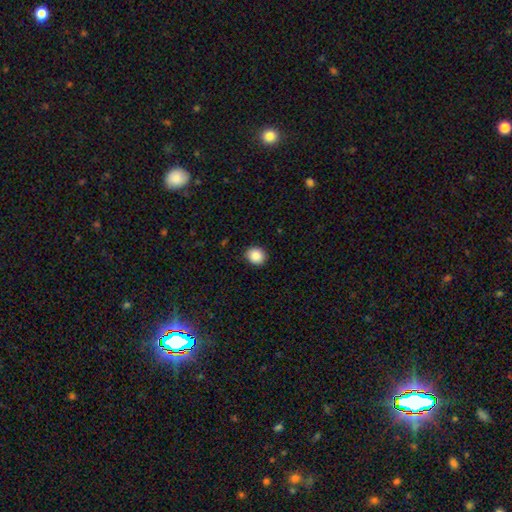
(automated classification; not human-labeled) This is clearly a smooth galaxy (88%). How rounded: likely round (77%). Merging: clearly none (89%).